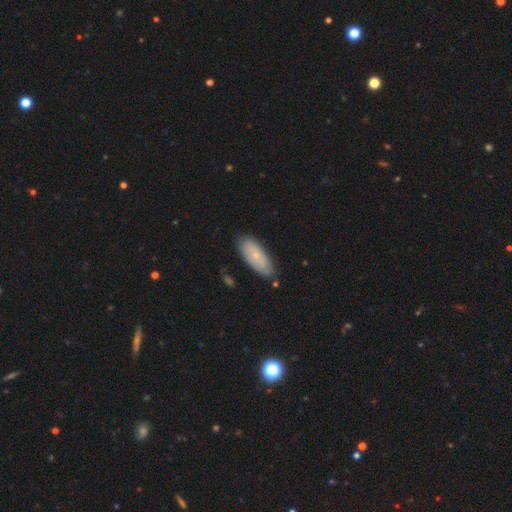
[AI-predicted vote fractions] Morphology: type=smooth (62%); roundness=in between (83%); merging=none (77%).